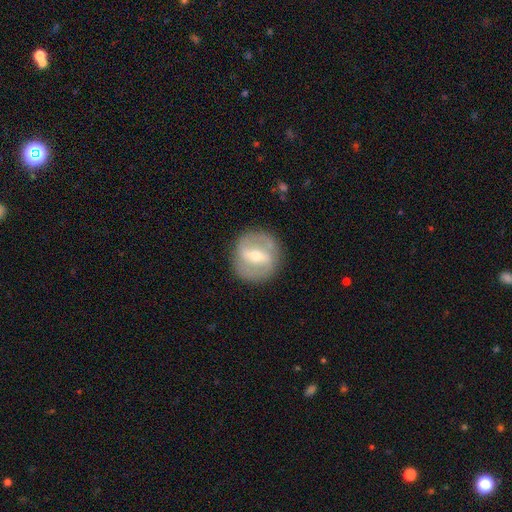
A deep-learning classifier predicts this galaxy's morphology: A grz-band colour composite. It shows a featured or disk galaxy (73%) with a strong bar (55%), spiral arms (62%) and a moderate central bulge (58%). Merging: none (86%).